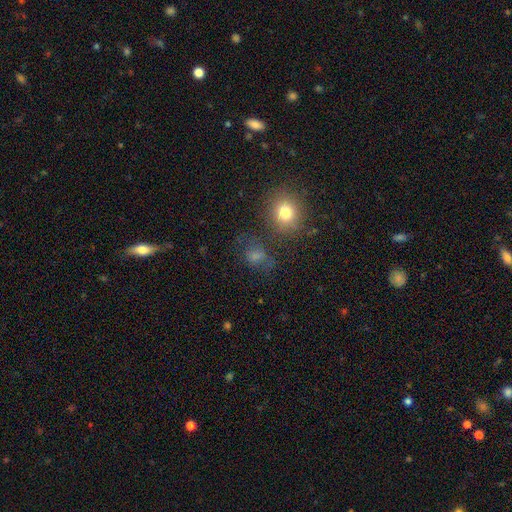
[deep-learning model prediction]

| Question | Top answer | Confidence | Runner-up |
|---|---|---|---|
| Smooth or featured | smooth | 48% | star or artifact (31%) |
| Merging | none | 64% | minor disturbance (17%) |